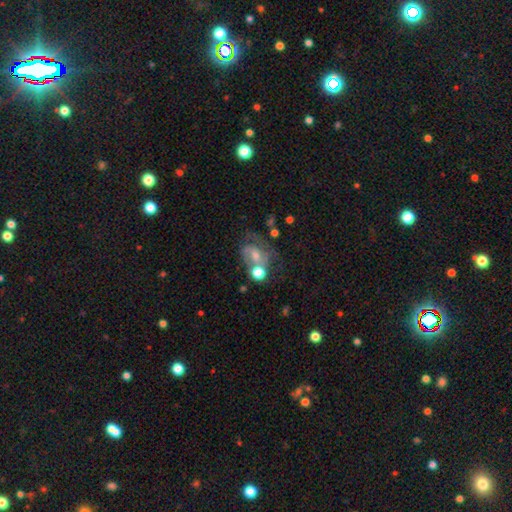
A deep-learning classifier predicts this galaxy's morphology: type=featured or disk (64%); edge-on=no (97%); bar=no (54%); spiral arms=yes (80%); bulge=moderate (48%); merging=none (44%).